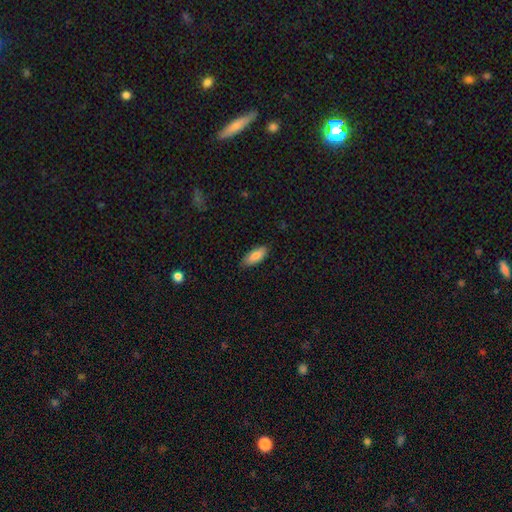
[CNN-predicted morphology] This appears to be a smooth galaxy with no disk features (85%) that is in between round and cigar-shaped (83%). Merging: none (85%).